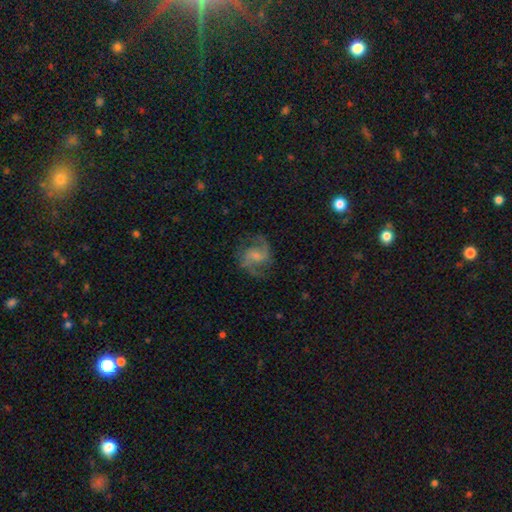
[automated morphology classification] A featured or disk galaxy (81%) with a weak bar (49%), 2 (88%) medium (52%) spiral arms (95%) and a small central bulge (52%).

Vote fractions:
- Smooth or featured? featured or disk: 81% / smooth: 12% / star or artifact: 7%
- Edge-on disk? no: 98% / yes: 2%
- Bar? weak: 49% / no: 37% / strong: 14%
- Spiral arms? yes: 95% / no: 5%
- Spiral winding? medium: 52% / loose: 36% / tight: 12%
- Spiral arm count? 2: 88% / can't tell: 4% / 3: 3% / 1: 2% / 4: 1% / more than 4: 1%
- Bulge size? small: 52% / moderate: 25% / none: 19% / large: 3% / dominant: 1%
- Merging? none: 71% / minor disturbance: 16% / major disturbance: 11% / merger: 1%